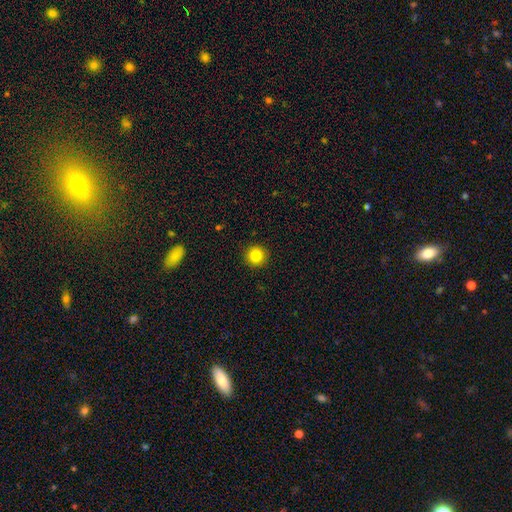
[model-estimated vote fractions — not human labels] This is clearly a smooth galaxy (84%). How rounded: clearly round (95%). Merging: clearly none (92%).